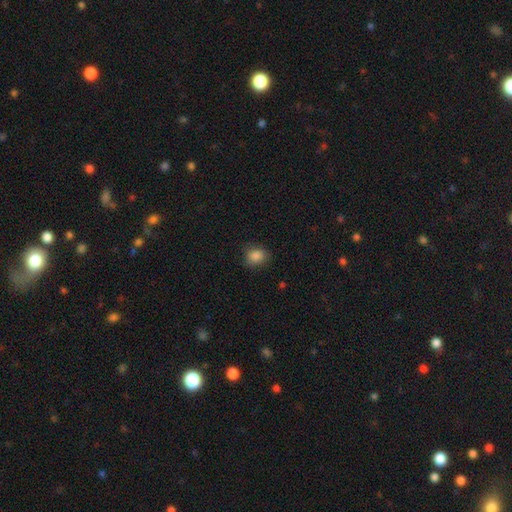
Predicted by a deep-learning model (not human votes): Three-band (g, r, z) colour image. It shows a smooth galaxy with no disk features (86%) that is round (57%). Merging: none (80%).